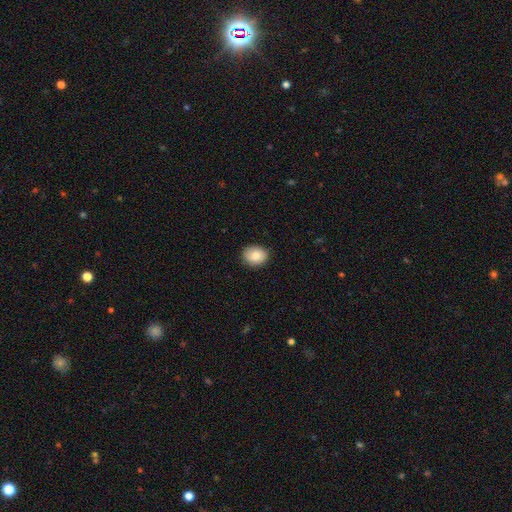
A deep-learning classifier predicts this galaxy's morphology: Q: Smooth or featured?
A: smooth (85%); runner-up: star or artifact (8%)
Q: How rounded?
A: round (56%); runner-up: in between (43%)
Q: Merging?
A: none (88%); runner-up: minor disturbance (10%)